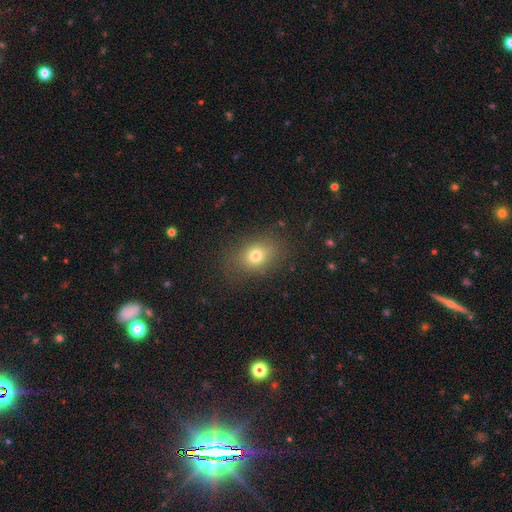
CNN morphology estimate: This is likely a smooth galaxy (76%). How rounded: likely in between (64%). Merging: clearly none (80%).